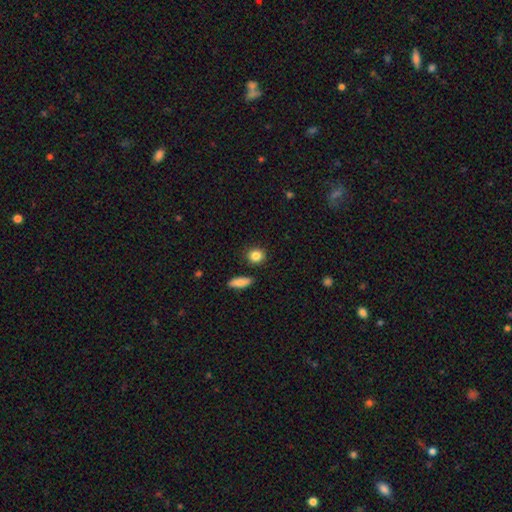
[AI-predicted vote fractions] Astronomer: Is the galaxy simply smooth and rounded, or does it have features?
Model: smooth — 86%.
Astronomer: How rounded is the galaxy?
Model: round — 78%.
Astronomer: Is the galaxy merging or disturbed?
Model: none — 86%.